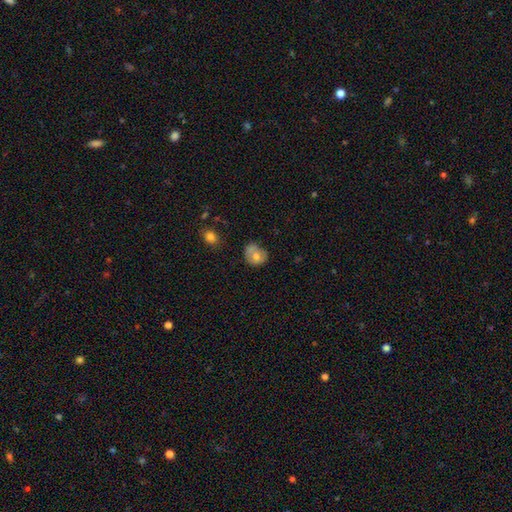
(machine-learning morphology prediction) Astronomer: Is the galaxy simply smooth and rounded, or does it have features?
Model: smooth — 69%.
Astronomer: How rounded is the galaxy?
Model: round — 68%.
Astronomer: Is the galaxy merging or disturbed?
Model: none — 52% (runner-up: minor disturbance, 29%).